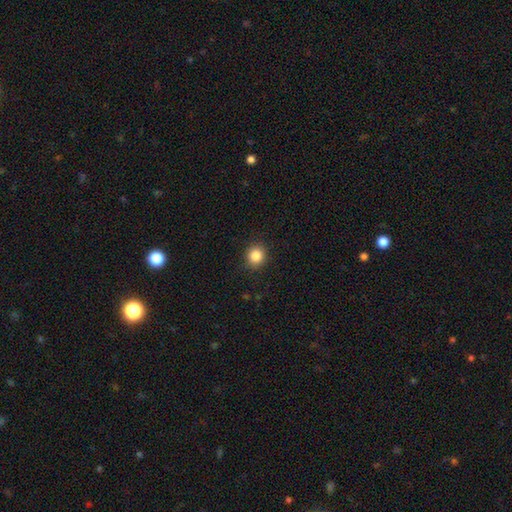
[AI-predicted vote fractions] Smooth or featured? Predicted: smooth (p=0.85). How rounded? Predicted: round (p=0.85). Merging? Predicted: none (p=0.89).